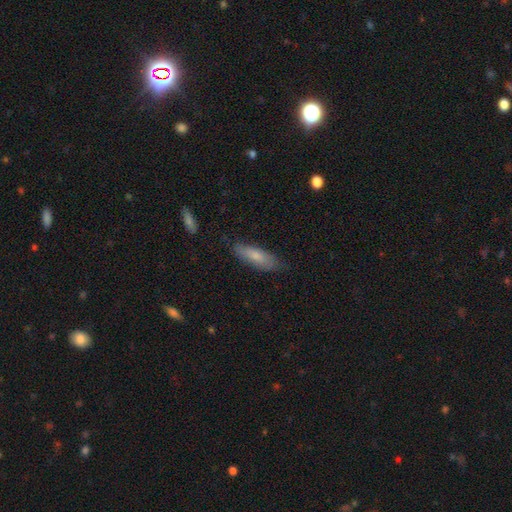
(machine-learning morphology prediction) smooth-or-featured: smooth: 73% | featured or disk: 21% | star or artifact: 6%
  how-rounded: in between: 50% | cigar-shaped: 48% | round: 2%
  merging: none: 76% | minor disturbance: 19% | major disturbance: 4% | merger: 1%